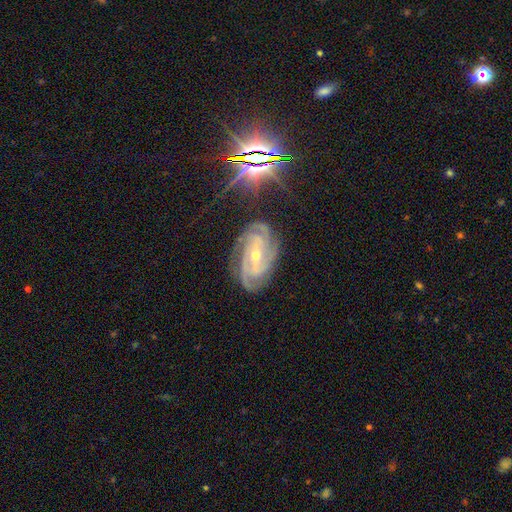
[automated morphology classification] Q: Smooth or featured?
A: featured or disk (87%); runner-up: star or artifact (8%)
Q: Edge-on disk?
A: no (96%); runner-up: yes (4%)
Q: Bar?
A: weak (40%); runner-up: no (36%)
Q: Spiral arms?
A: yes (98%); runner-up: no (2%)
Q: Spiral winding?
A: tight (66%); runner-up: medium (29%)
Q: Spiral arm count?
A: 3 (37%); runner-up: 4 (25%)
Q: Bulge size?
A: small (56%); runner-up: moderate (42%)
Q: Merging?
A: none (77%); runner-up: minor disturbance (17%)